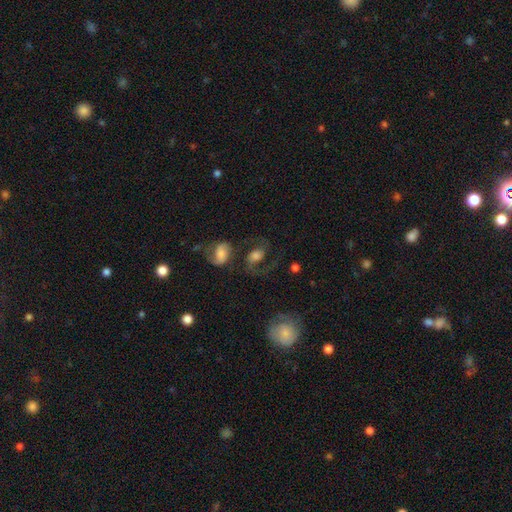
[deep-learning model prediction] Q: Smooth or featured?
A: featured or disk (59%); runner-up: smooth (30%)
Q: Edge-on disk?
A: no (96%); runner-up: yes (4%)
Q: Bar?
A: no (53%); runner-up: weak (34%)
Q: Spiral arms?
A: yes (87%); runner-up: no (13%)
Q: Bulge size?
A: moderate (40%); runner-up: large (31%)
Q: Merging?
A: none (47%); runner-up: major disturbance (19%)